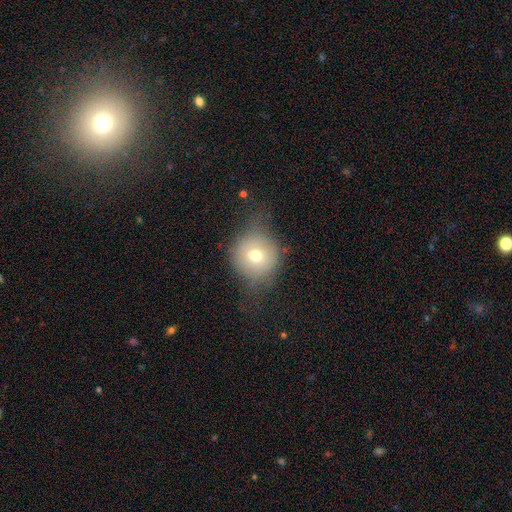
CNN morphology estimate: A smooth galaxy with no disk features (64%) that is round (88%). Merging: none (55%).